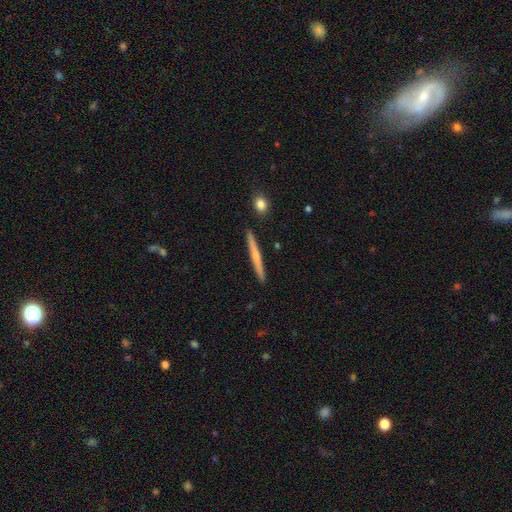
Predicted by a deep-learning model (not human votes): A featured or disk galaxy (49%).

Vote fractions:
- Smooth or featured? featured or disk: 49% / smooth: 45% / star or artifact: 6%
- Merging? none: 91% / minor disturbance: 6% / merger: 2% / major disturbance: 1%